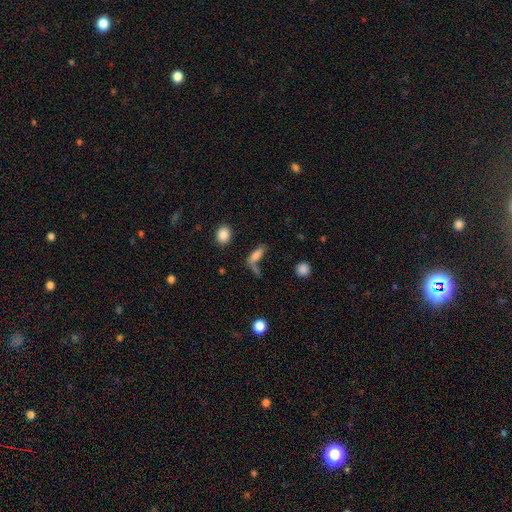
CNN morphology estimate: A smooth galaxy with no disk features (75%) that is in between round and cigar-shaped (55%).

Vote fractions:
- Smooth or featured? smooth: 75% / featured or disk: 15% / star or artifact: 11%
- How rounded? in between: 55% / cigar-shaped: 40% / round: 5%
- Merging? none: 46% / merger: 23% / minor disturbance: 18% / major disturbance: 13%